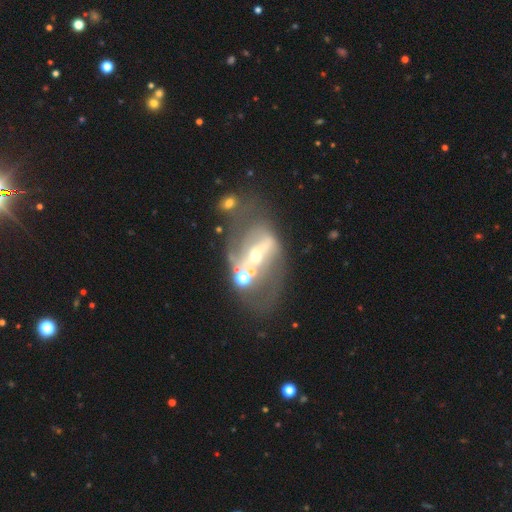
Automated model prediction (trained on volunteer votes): This is likely a featured or disk galaxy (72%). It is clearly not viewed edge-on (92%). Bar: possibly strong (46%). Spiral arm pattern: possibly yes (53%). Central bulge: possibly small (51%). Merging: marginally none (36%).